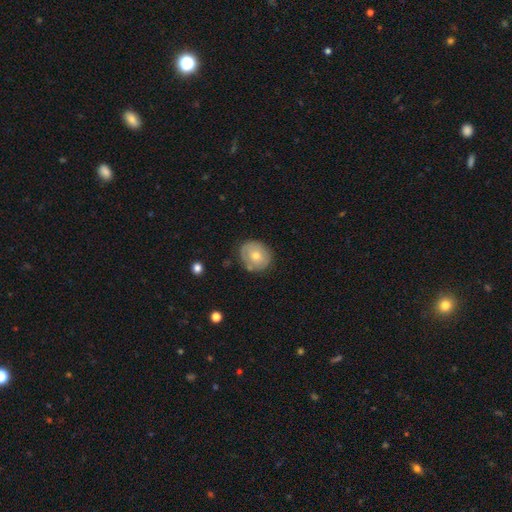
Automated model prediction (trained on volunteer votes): smooth 55%, featured or disk 37%, star or artifact 8%. Down the decision tree: how rounded — round (74%); merging — none (78%).